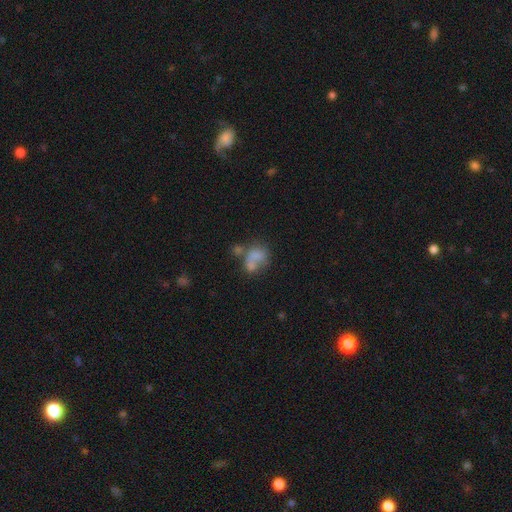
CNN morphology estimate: smooth_or_featured: smooth (p=0.66) [alt: featured or disk p=0.22]
how_rounded: in between (p=0.59) [alt: round p=0.39]
merging: merger (p=0.50) [alt: none p=0.23]